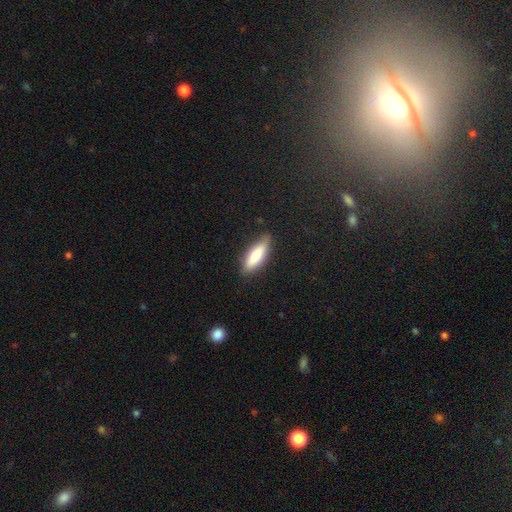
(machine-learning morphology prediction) smooth 78%, featured or disk 16%, star or artifact 6%. Down the decision tree: how rounded — in between (51%); merging — none (82%).